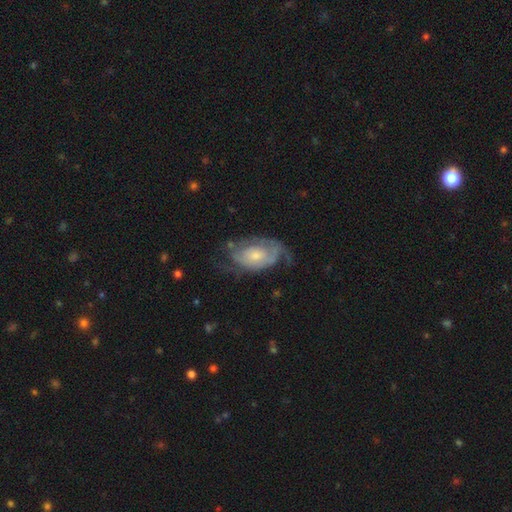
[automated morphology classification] This appears to be a featured or disk galaxy (69%) with no bar (76%), 2 (38%) tight (43%) spiral arms (79%) and a moderate central bulge (47%). Merging: none (46%).